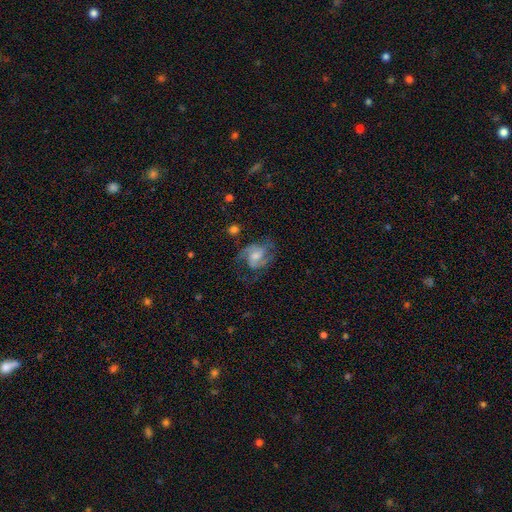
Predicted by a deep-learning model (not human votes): Smooth or featured?
  - featured or disk: 78% *
  - smooth: 16%
  - star or artifact: 7%
Edge-on disk?
  - no: 98% *
  - yes: 2%
Bar?
  - no: 48% *
  - weak: 42%
  - strong: 10%
Spiral arms?
  - yes: 94% *
  - no: 6%
Spiral winding?
  - medium: 54% *
  - tight: 24%
  - loose: 22%
Spiral arm count?
  - 2: 72% *
  - 3: 11%
  - can't tell: 9%
  - 1: 4%
  - 4: 2%
  - more than 4: 2%
Bulge size?
  - moderate: 45% *
  - small: 36%
  - large: 9%
  - none: 9%
  - dominant: 2%
Merging?
  - none: 60% *
  - minor disturbance: 21%
  - major disturbance: 18%
  - merger: 2%